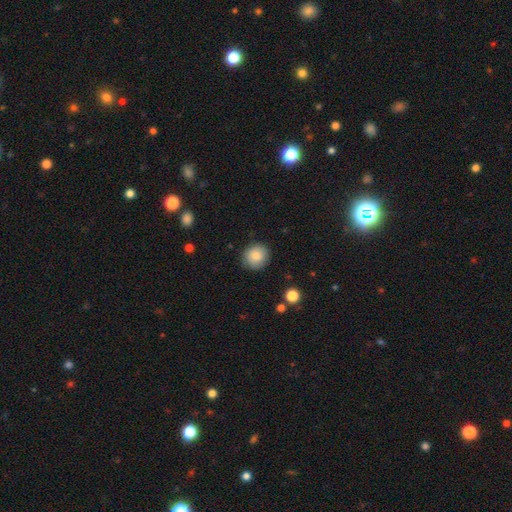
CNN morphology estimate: smooth 86%, star or artifact 8%, featured or disk 6%. Down the decision tree: how rounded — round (88%); merging — none (87%).